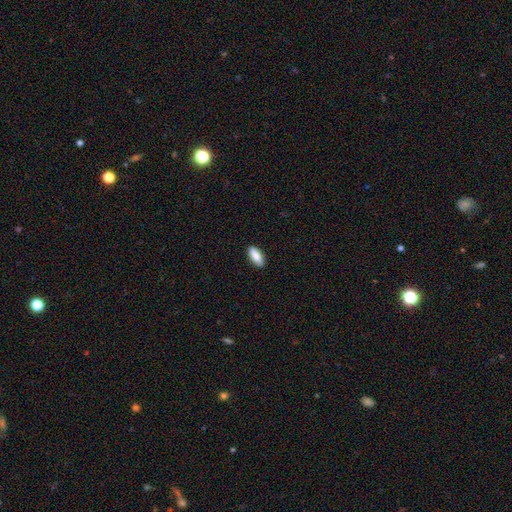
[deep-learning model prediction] Smooth or featured: smooth — 83% (featured or disk — 11%)
How rounded: in between — 69% (cigar-shaped — 28%)
Merging: none — 89% (minor disturbance — 8%)